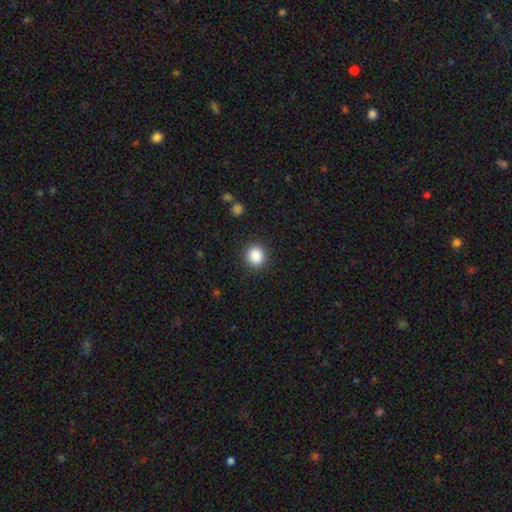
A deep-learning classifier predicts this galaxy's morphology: smooth_or_featured: smooth (p=0.88) [alt: star or artifact p=0.09]
how_rounded: round (p=0.91) [alt: in between p=0.08]
merging: none (p=0.90) [alt: minor disturbance p=0.06]